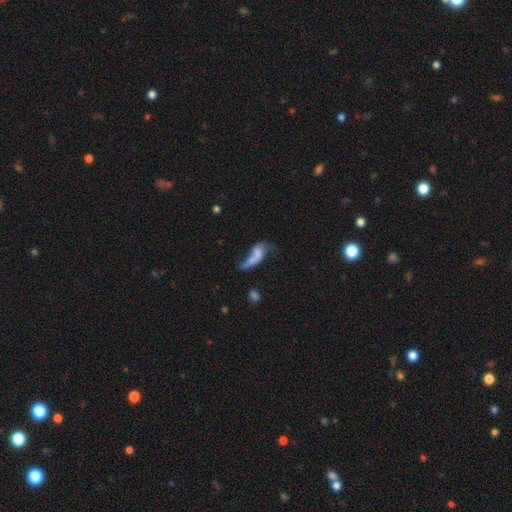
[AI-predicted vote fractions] Morphology: type=smooth (52%); roundness=in between (68%); merging=merger (37%).